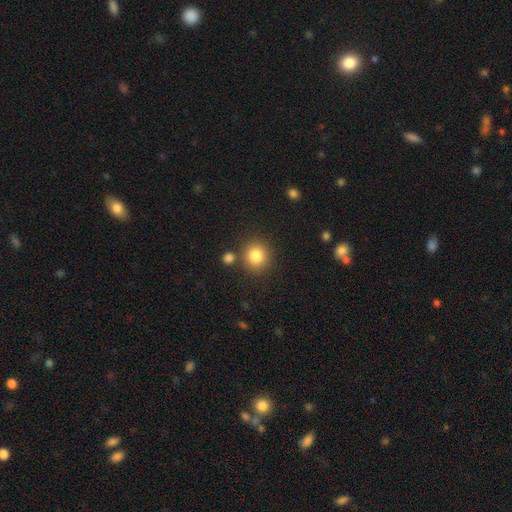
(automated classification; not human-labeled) smooth_or_featured: smooth (p=0.82) [alt: star or artifact p=0.11]
how_rounded: round (p=0.90) [alt: in between p=0.09]
merging: none (p=0.81) [alt: merger p=0.08]